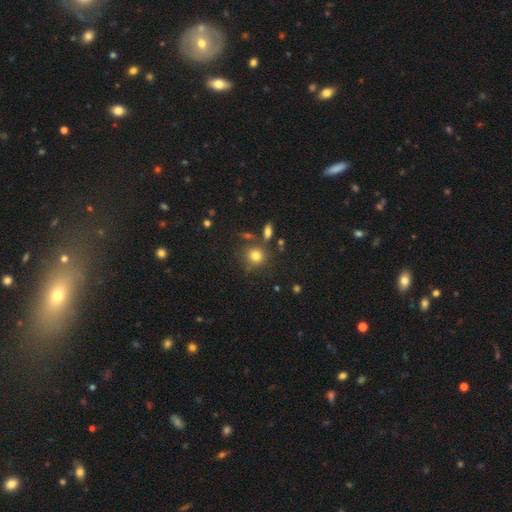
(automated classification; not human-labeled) Smooth or featured: smooth — 79% (star or artifact — 13%)
How rounded: round — 86% (in between — 13%)
Merging: none — 73% (minor disturbance — 12%)